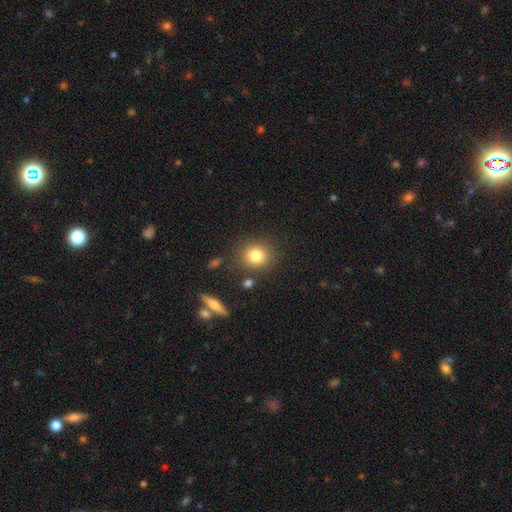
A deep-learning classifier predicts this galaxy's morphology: Smooth or featured?
  - smooth: 80% *
  - star or artifact: 11%
  - featured or disk: 9%
How rounded?
  - round: 84% *
  - in between: 15%
  - cigar-shaped: 1%
Merging?
  - none: 83% *
  - minor disturbance: 9%
  - merger: 4%
  - major disturbance: 3%